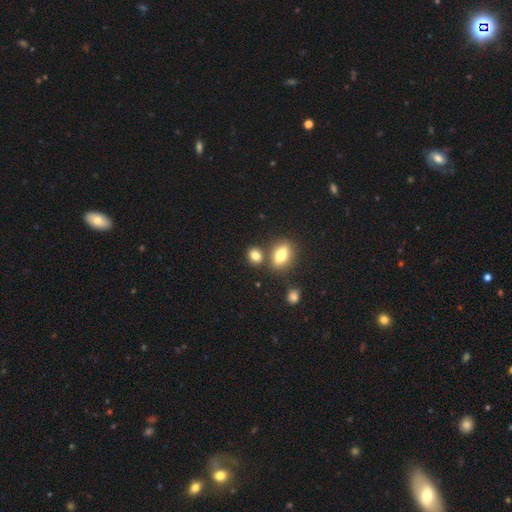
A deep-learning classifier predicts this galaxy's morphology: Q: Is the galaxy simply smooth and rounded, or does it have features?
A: smooth — 82%.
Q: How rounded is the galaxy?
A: round — 49%.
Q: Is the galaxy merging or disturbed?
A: none — 66%.